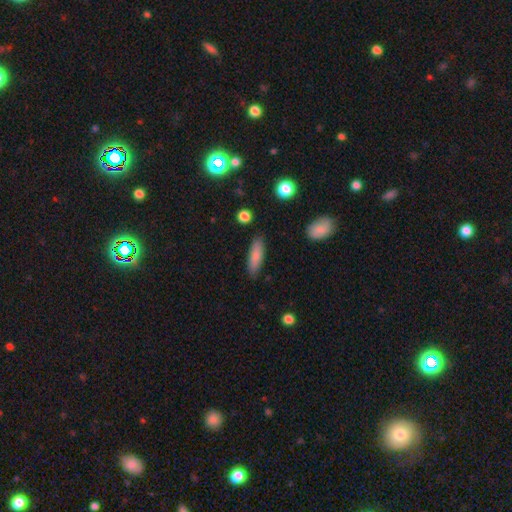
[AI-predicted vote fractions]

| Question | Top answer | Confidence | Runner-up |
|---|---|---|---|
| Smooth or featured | smooth | 81% | featured or disk (12%) |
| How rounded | in between | 52% | cigar-shaped (46%) |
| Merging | none | 85% | minor disturbance (11%) |